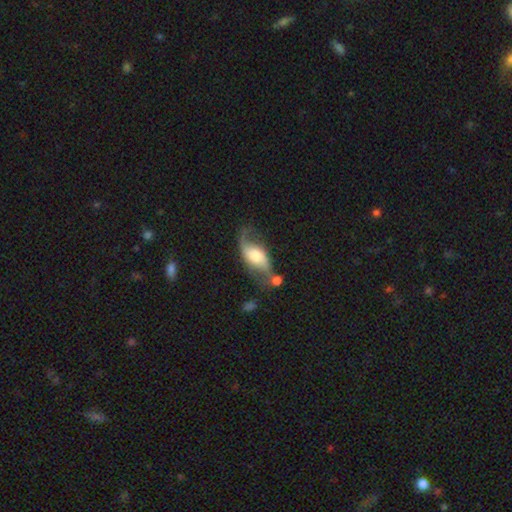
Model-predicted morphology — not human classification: Smooth or featured?
  - featured or disk: 65% *
  - smooth: 28%
  - star or artifact: 7%
Edge-on disk?
  - no: 88% *
  - yes: 12%
Bar?
  - no: 53% *
  - weak: 33%
  - strong: 14%
Spiral arms?
  - yes: 86% *
  - no: 14%
Bulge size?
  - moderate: 42% *
  - large: 29%
  - small: 19%
  - dominant: 6%
  - none: 5%
Merging?
  - none: 43% *
  - minor disturbance: 23%
  - major disturbance: 18%
  - merger: 16%